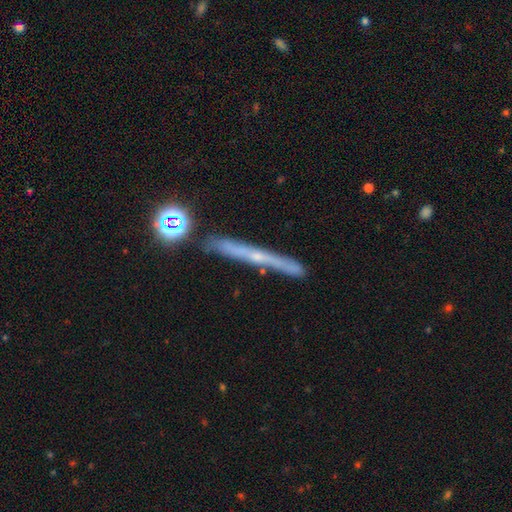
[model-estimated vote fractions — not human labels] Morphology: type=featured or disk (62%); edge-on=yes (93%); edge-on bulge=none (58%); merging=none (81%).